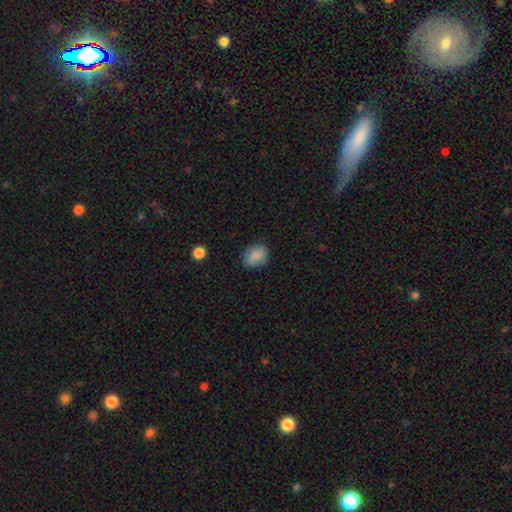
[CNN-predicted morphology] smooth 84%, star or artifact 9%, featured or disk 7%. Down the decision tree: how rounded — in between (57%); merging — none (72%).